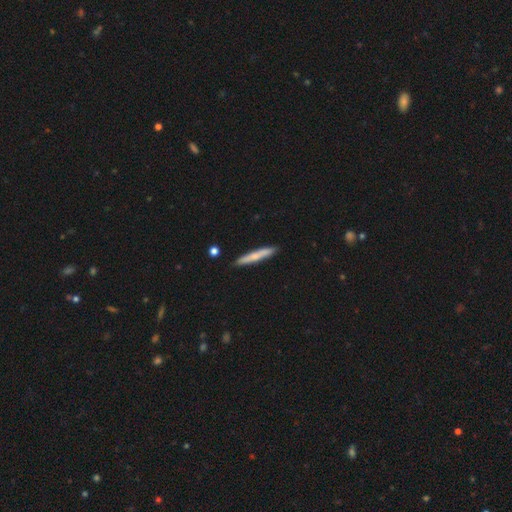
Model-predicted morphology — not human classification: Q: Smooth or featured?
A: smooth (60%); runner-up: featured or disk (34%)
Q: How rounded?
A: cigar-shaped (94%); runner-up: in between (4%)
Q: Merging?
A: none (89%); runner-up: minor disturbance (8%)